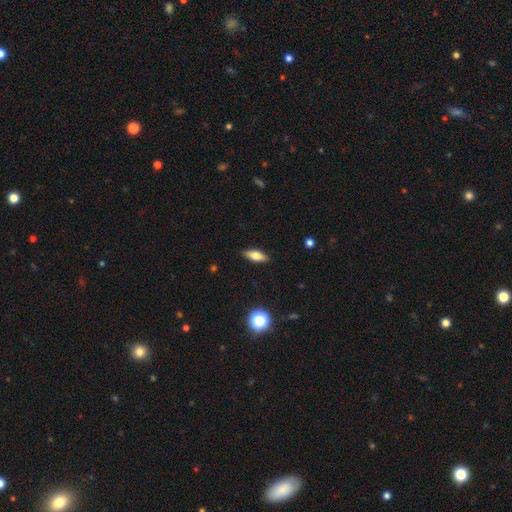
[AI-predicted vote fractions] Q: Smooth or featured?
A: smooth (68%); runner-up: featured or disk (23%)
Q: How rounded?
A: in between (69%); runner-up: cigar-shaped (27%)
Q: Merging?
A: none (88%); runner-up: minor disturbance (9%)